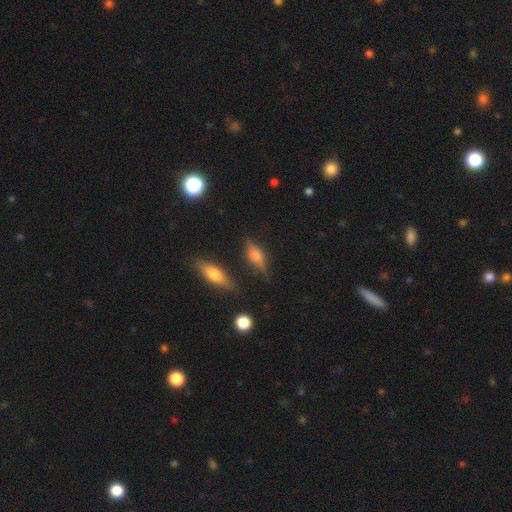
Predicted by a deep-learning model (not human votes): This appears to be a smooth galaxy with no disk features (48%). Merging: none (68%).